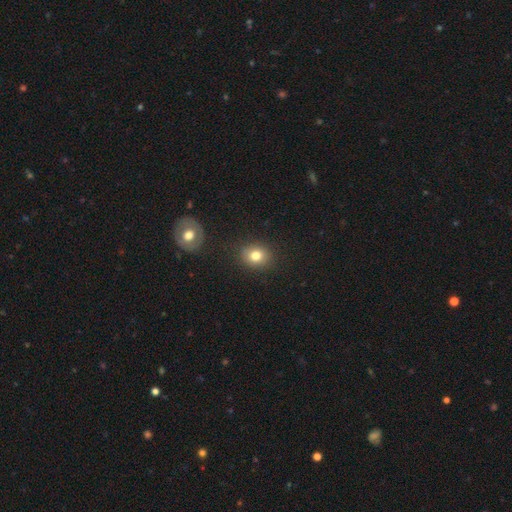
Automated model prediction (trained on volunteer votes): Overall: smooth (79%). How rounded: round (67%; in between 33%). Merging: none (86%).